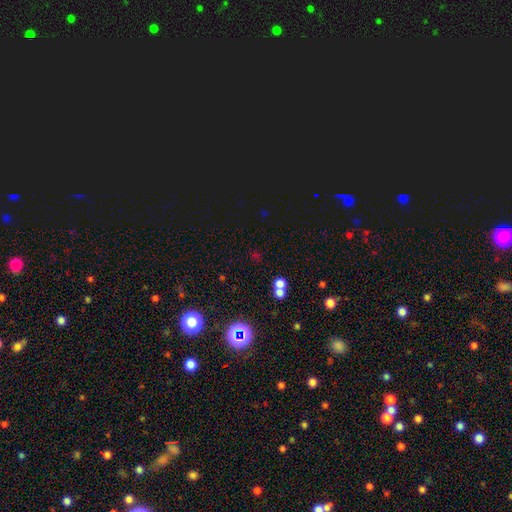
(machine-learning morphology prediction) A smooth galaxy with no disk features (49%). Merging: none (56%).